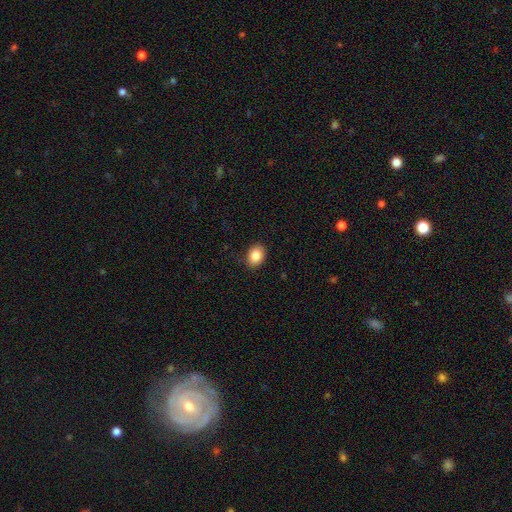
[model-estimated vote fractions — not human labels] Smooth or featured? smooth (85%)
How rounded? in between (65%)
Merging? none (87%)